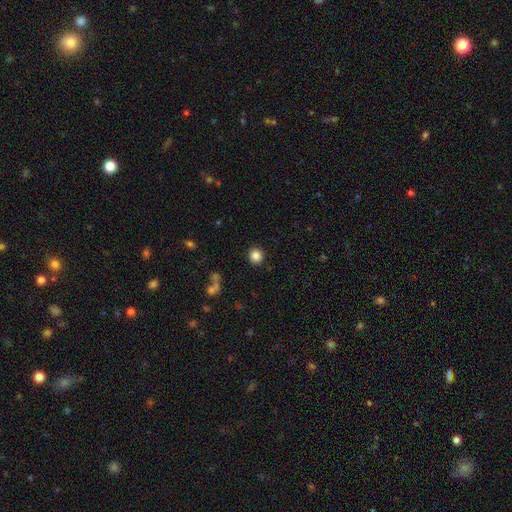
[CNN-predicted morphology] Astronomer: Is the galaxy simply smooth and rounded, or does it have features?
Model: smooth — 85%.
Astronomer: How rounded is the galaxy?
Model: round — 88%.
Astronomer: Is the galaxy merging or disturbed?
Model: none — 91%.